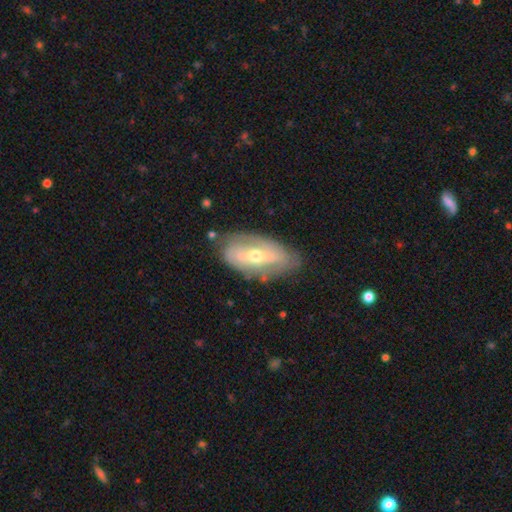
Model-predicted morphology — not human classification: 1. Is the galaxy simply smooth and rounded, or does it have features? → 63% featured or disk, 30% smooth, 7% star or artifact.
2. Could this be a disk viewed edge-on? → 89% no, 11% yes.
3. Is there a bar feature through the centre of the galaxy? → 52% no, 31% weak, 17% strong.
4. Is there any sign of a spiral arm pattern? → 64% yes, 36% no.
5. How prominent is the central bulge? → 59% moderate, 36% small, 3% large, 1% none, 1% dominant.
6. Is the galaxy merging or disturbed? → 67% none, 23% minor disturbance, 7% major disturbance, 3% merger.